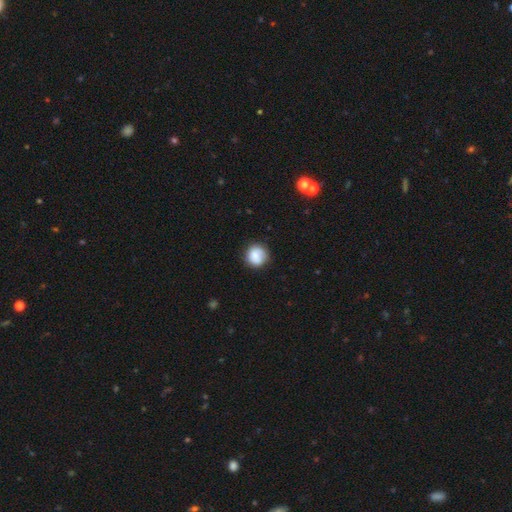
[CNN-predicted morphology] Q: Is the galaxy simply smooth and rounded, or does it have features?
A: smooth — 81%.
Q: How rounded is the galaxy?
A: round — 90%.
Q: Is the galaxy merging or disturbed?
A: none — 80%.